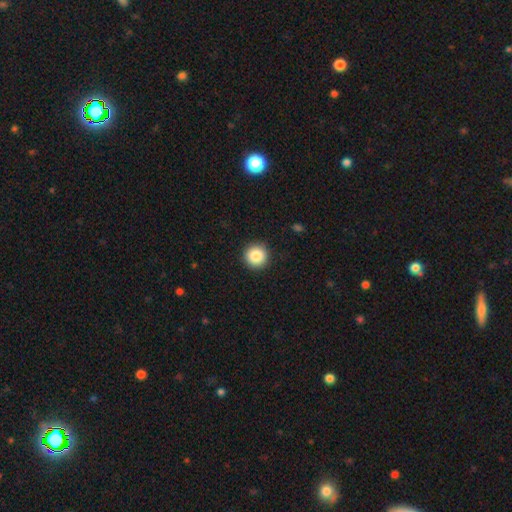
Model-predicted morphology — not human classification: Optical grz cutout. It shows a smooth galaxy with no disk features (87%) that is round (95%). Merging: none (92%).